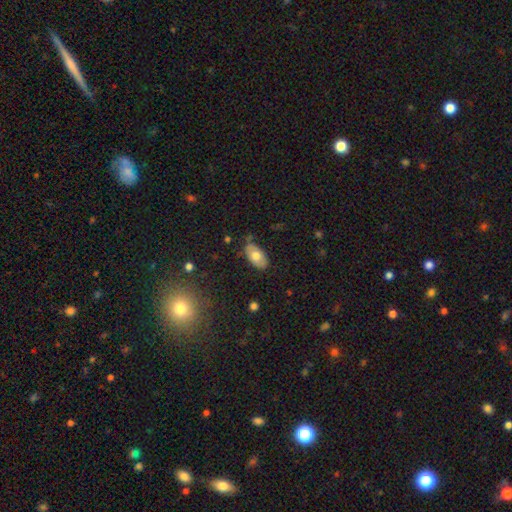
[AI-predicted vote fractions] This is likely a smooth galaxy (70%). How rounded: clearly in between (94%). Merging: likely none (74%).